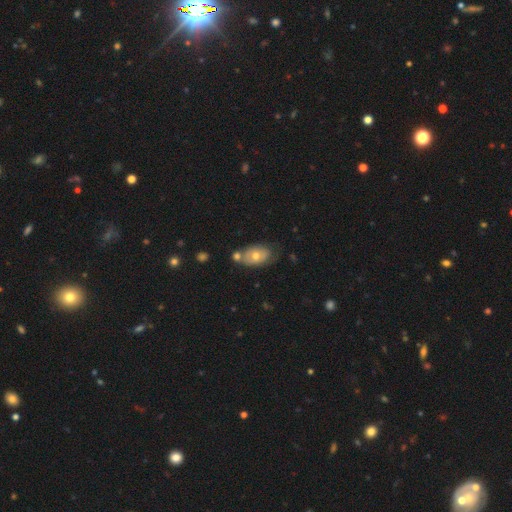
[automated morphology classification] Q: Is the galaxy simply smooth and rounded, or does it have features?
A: smooth — 61%.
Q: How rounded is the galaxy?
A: in between — 88%.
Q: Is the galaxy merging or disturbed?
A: none — 49%.